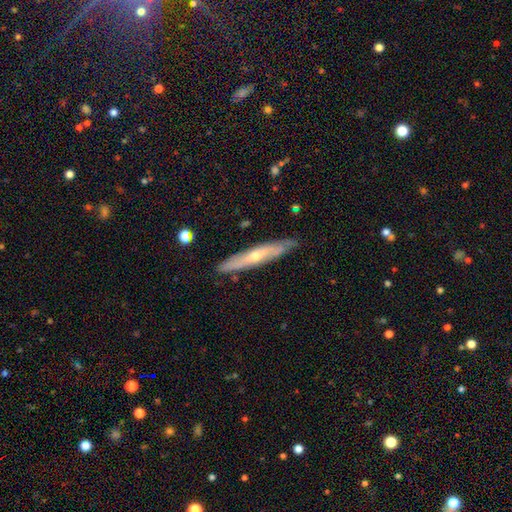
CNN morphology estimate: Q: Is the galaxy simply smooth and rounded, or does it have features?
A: featured or disk — 64%.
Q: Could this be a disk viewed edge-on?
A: yes — 81%.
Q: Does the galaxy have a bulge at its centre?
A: rounded — 75%.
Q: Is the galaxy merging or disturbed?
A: none — 85%.